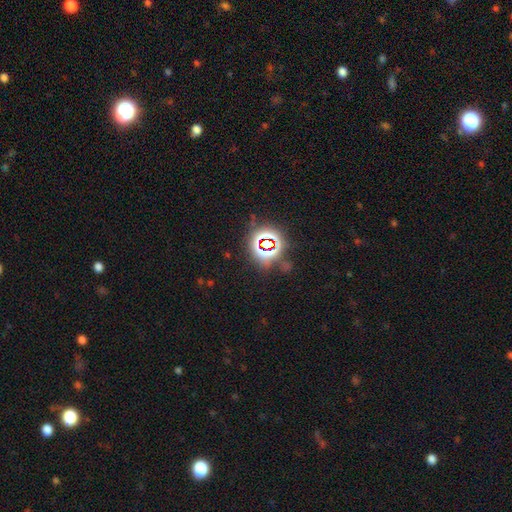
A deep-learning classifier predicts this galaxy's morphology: Smooth or featured: star or artifact — 80% (smooth — 13%)